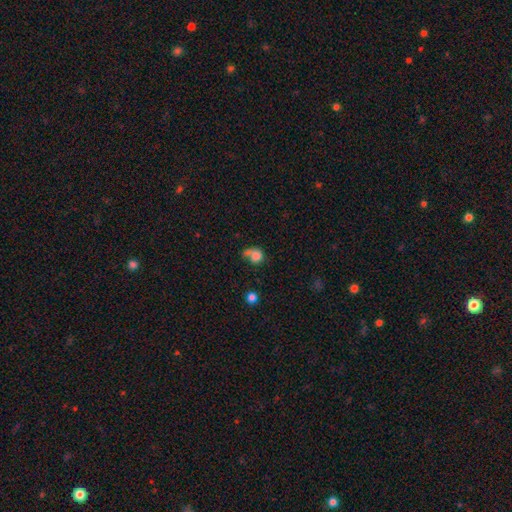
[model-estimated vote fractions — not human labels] Smooth or featured?
  - smooth: 75% *
  - featured or disk: 15%
  - star or artifact: 11%
How rounded?
  - round: 68% *
  - in between: 30%
  - cigar-shaped: 1%
Merging?
  - none: 34% *
  - major disturbance: 26%
  - minor disturbance: 22%
  - merger: 18%